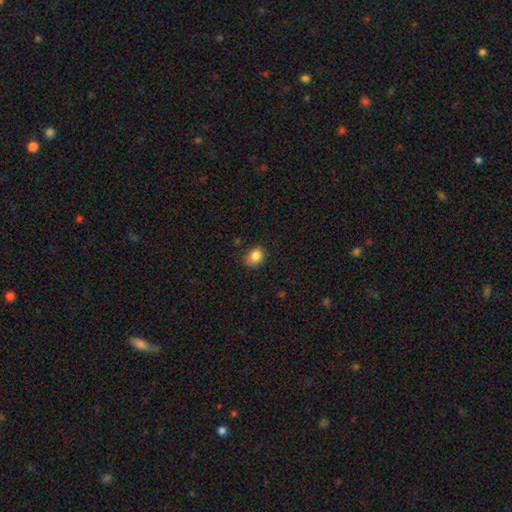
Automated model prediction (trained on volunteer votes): The model was most divided on "how rounded": in between: 55%, round: 44%, cigar-shaped: 1%. More confident: smooth or featured — smooth (85%); merging — none (73%).